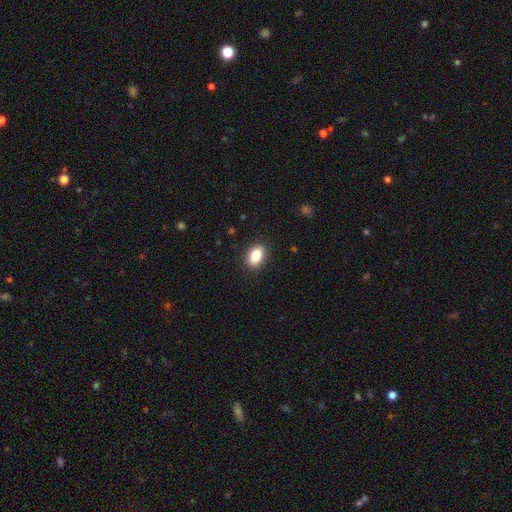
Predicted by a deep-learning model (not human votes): Smooth or featured: smooth — 86% (star or artifact — 8%)
How rounded: in between — 88% (round — 10%)
Merging: none — 89% (minor disturbance — 8%)